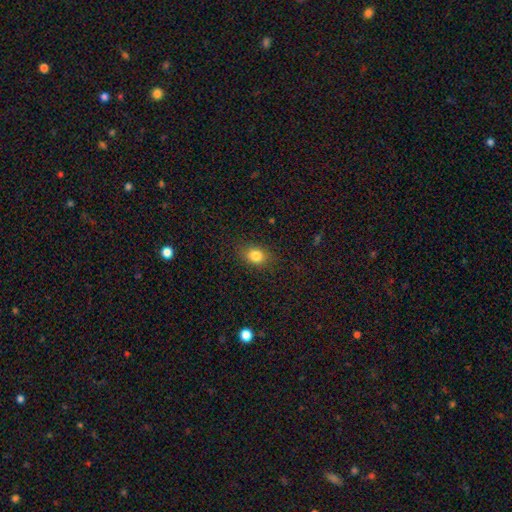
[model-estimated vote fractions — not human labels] Smooth or featured? Predicted: smooth (p=0.82). How rounded? Predicted: in between (p=0.57). Merging? Predicted: none (p=0.85).